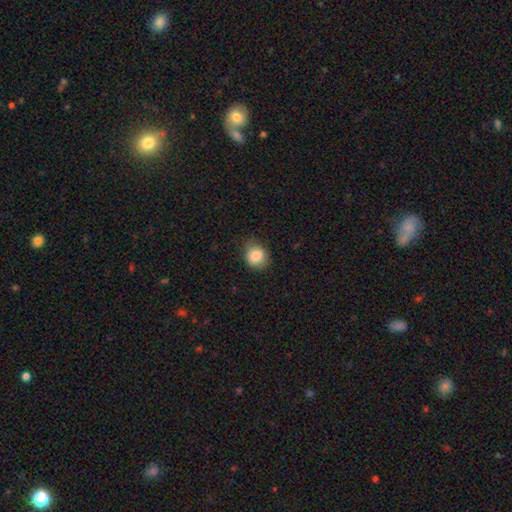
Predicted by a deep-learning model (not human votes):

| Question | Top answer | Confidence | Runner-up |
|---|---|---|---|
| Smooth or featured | smooth | 86% | star or artifact (9%) |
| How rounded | round | 72% | in between (27%) |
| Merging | none | 76% | minor disturbance (19%) |